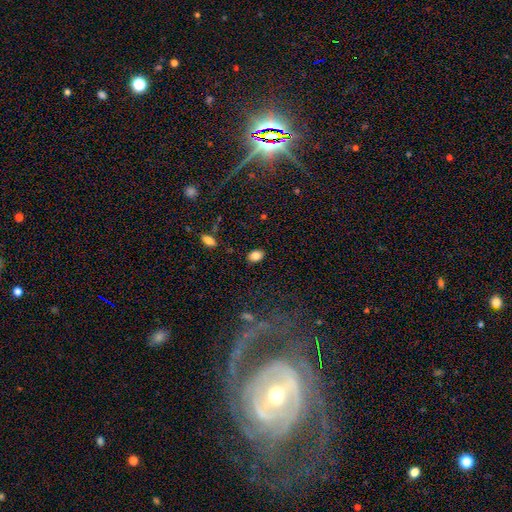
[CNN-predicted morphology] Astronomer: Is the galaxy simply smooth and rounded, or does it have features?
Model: smooth — 84%.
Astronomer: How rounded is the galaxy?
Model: in between — 82%.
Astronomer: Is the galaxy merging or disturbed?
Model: none — 86%.